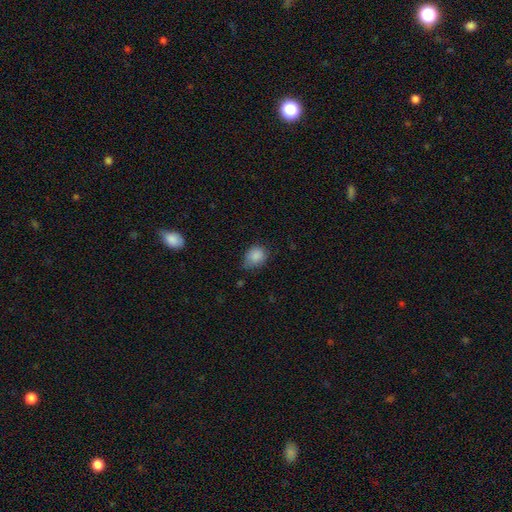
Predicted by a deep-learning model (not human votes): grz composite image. It shows a smooth galaxy with no disk features (86%) that is round (50%). Merging: none (56%).